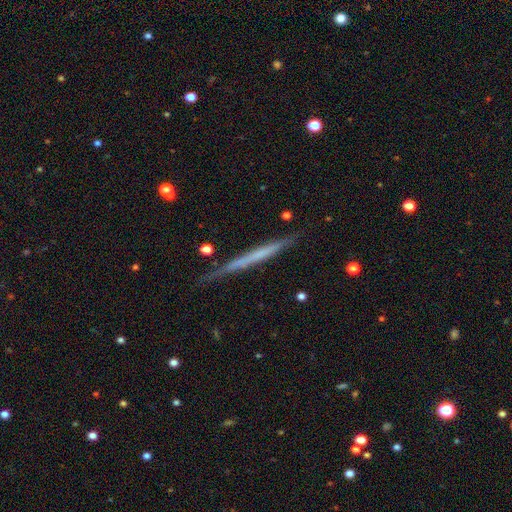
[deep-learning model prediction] A featured or disk galaxy (55%) viewed edge-on (97%) with no central bulge (89%).

Vote fractions:
- Smooth or featured? featured or disk: 55% / smooth: 39% / star or artifact: 6%
- Edge-on disk? yes: 97% / no: 3%
- Edge-on bulge? none: 89% / rounded: 6% / boxy: 4%
- Merging? none: 82% / minor disturbance: 13% / major disturbance: 2% / merger: 2%